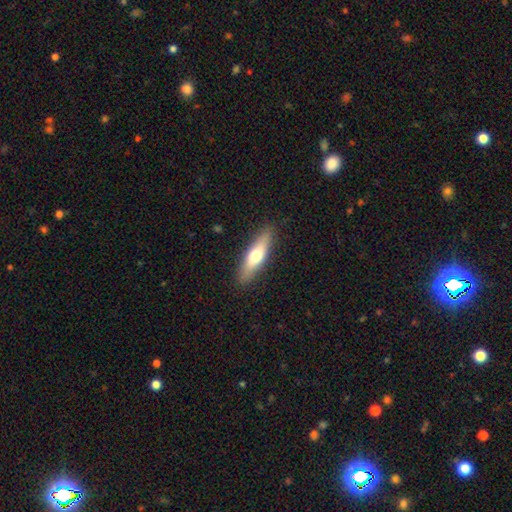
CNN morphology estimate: Smooth or featured?
  - smooth: 60% *
  - featured or disk: 35%
  - star or artifact: 6%
How rounded?
  - cigar-shaped: 66% *
  - in between: 32%
  - round: 2%
Merging?
  - none: 88% *
  - minor disturbance: 9%
  - major disturbance: 2%
  - merger: 1%